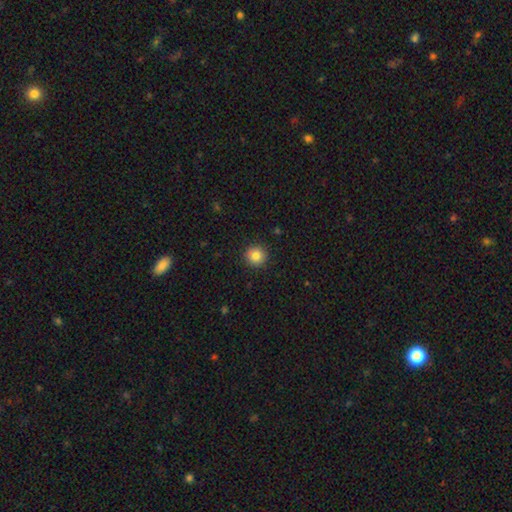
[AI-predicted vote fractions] smooth_or_featured: smooth (p=0.85) [alt: star or artifact p=0.10]
how_rounded: round (p=0.94) [alt: in between p=0.05]
merging: none (p=0.92) [alt: minor disturbance p=0.05]